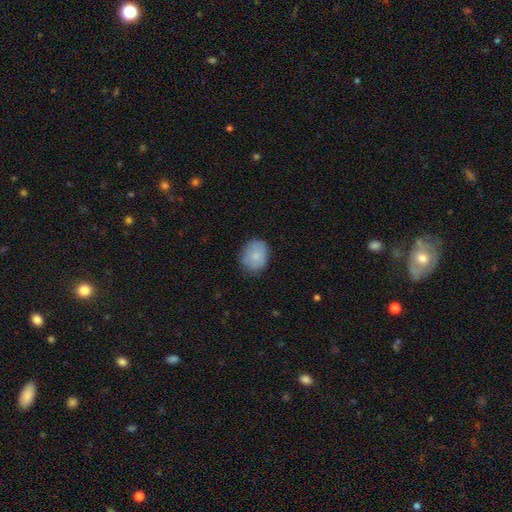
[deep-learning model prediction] smooth_or_featured: smooth (p=0.81) [alt: featured or disk p=0.12]
how_rounded: round (p=0.65) [alt: in between p=0.34]
merging: none (p=0.77) [alt: minor disturbance p=0.18]